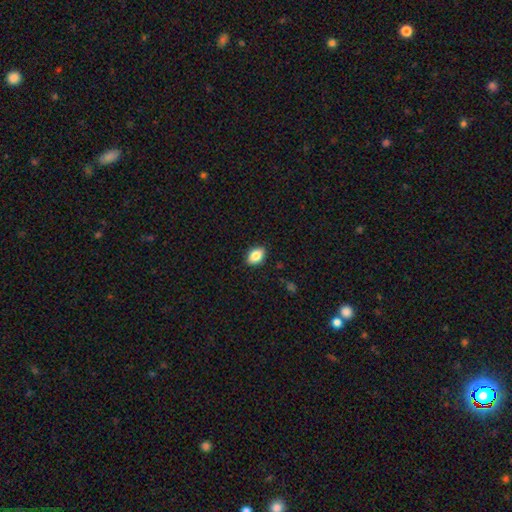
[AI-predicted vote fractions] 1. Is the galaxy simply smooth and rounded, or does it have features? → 83% smooth, 9% featured or disk, 8% star or artifact.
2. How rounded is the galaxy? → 84% in between, 13% round, 2% cigar-shaped.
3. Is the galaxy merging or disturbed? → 88% none, 9% minor disturbance, 2% major disturbance, 1% merger.